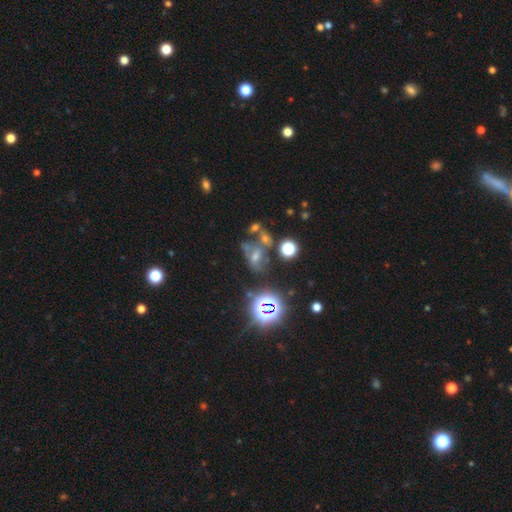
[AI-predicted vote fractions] star or artifact 50%, featured or disk 28%, smooth 22%.